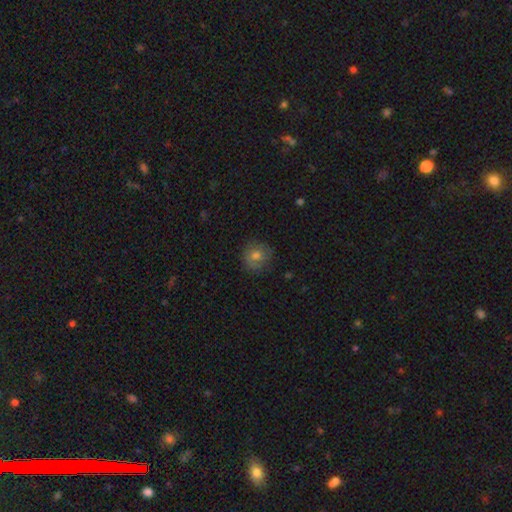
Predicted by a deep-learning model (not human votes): Smooth or featured? smooth (69%)
How rounded? round (88%)
Merging? none (78%)